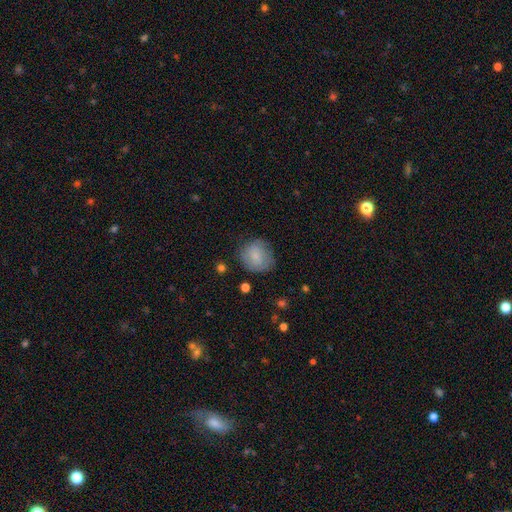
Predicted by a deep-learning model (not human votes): Smooth or featured? Predicted: smooth (p=0.66). How rounded? Predicted: round (p=0.79). Merging? Predicted: none (p=0.69).